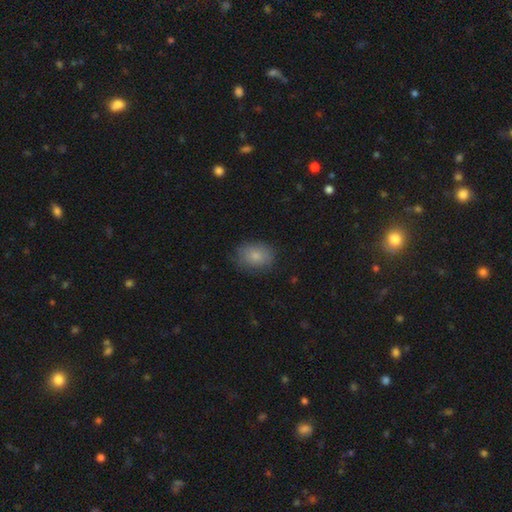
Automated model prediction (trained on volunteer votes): Smooth or featured? Predicted: smooth (p=0.83). How rounded? Predicted: in between (p=0.62). Merging? Predicted: none (p=0.78).